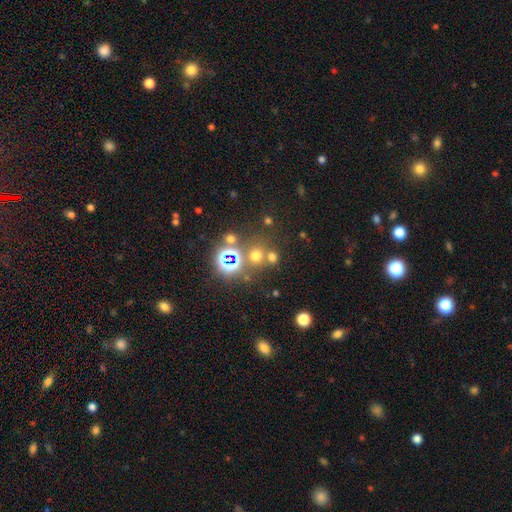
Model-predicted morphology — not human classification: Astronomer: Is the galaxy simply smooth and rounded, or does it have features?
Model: smooth — 54% (runner-up: star or artifact, 37%).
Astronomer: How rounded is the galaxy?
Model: round — 88%.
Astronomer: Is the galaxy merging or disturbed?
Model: none — 68%.